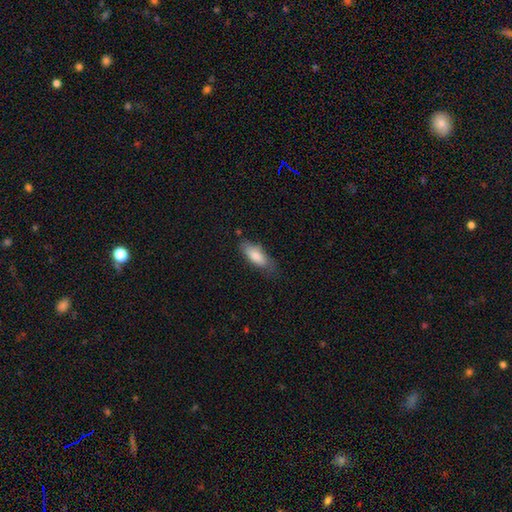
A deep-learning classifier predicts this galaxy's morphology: Q: Smooth or featured?
A: smooth (81%); runner-up: featured or disk (13%)
Q: How rounded?
A: in between (72%); runner-up: cigar-shaped (27%)
Q: Merging?
A: none (64%); runner-up: minor disturbance (27%)